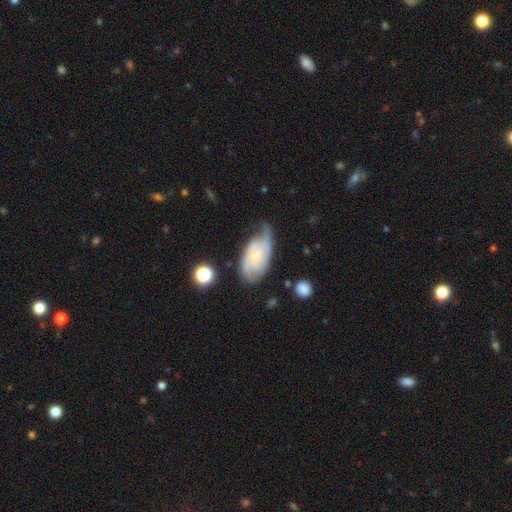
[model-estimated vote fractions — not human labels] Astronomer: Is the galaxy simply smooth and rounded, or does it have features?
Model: featured or disk — 72%.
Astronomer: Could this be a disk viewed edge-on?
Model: no — 95%.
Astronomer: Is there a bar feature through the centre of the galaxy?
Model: no — 55% (runner-up: weak, 38%).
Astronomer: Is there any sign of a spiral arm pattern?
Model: yes — 90%.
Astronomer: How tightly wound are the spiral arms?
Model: tight — 42% (runner-up: medium, 40%).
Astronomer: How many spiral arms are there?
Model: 2 — 41% (runner-up: can't tell, 32%).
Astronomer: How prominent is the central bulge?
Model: small — 61%.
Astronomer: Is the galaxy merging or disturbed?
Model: none — 47% (runner-up: minor disturbance, 34%).